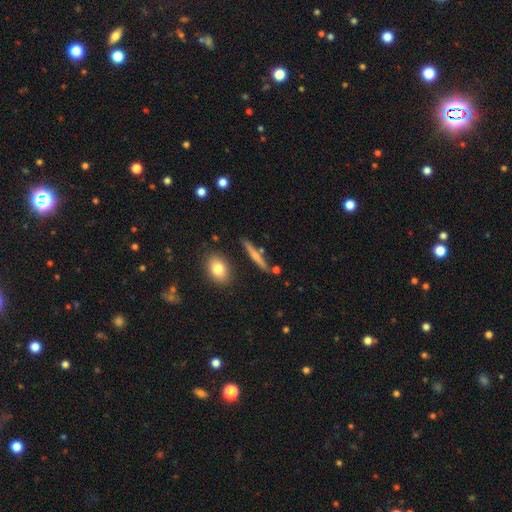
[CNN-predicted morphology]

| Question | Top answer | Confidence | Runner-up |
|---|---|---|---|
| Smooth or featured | featured or disk | 49% | smooth (43%) |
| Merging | none | 83% | minor disturbance (10%) |